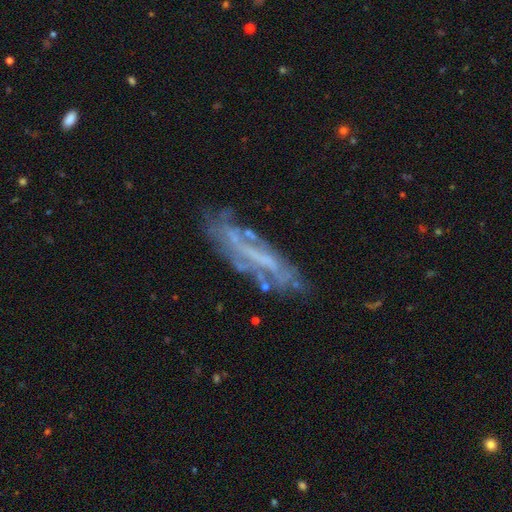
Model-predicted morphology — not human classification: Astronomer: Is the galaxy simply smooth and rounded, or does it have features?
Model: featured or disk — 69%.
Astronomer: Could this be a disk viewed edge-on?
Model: no — 63%.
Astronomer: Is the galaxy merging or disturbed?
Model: none — 61%.